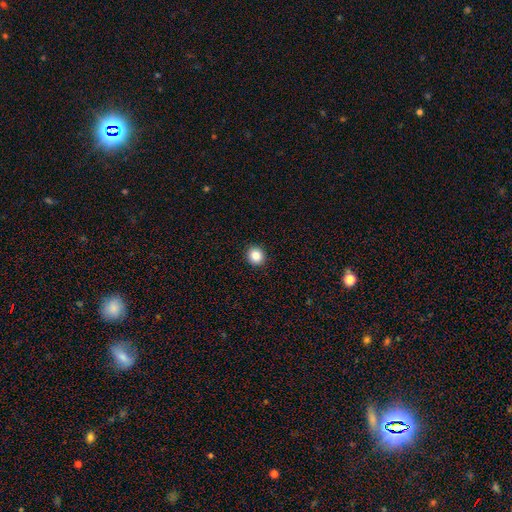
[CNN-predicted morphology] Overall: smooth (86%). How rounded: round (85%). Merging: none (92%).